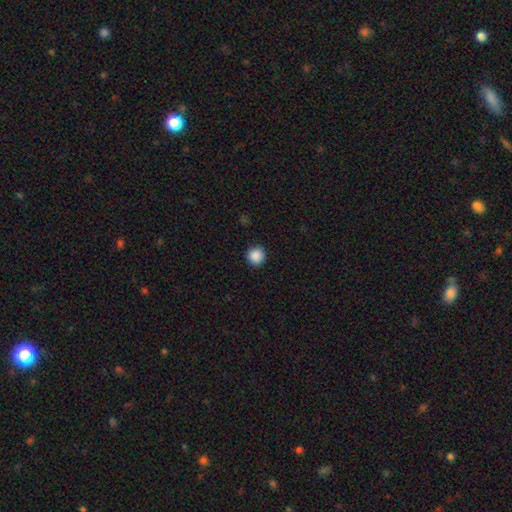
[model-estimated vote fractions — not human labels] Smooth or featured: smooth — 88% (star or artifact — 9%)
How rounded: round — 95% (in between — 4%)
Merging: none — 92% (minor disturbance — 5%)